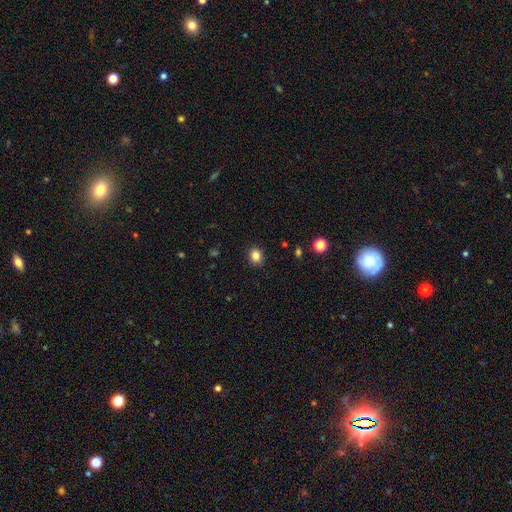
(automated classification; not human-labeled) This appears to be a smooth galaxy with no disk features (84%) that is round (63%). Merging: none (90%).